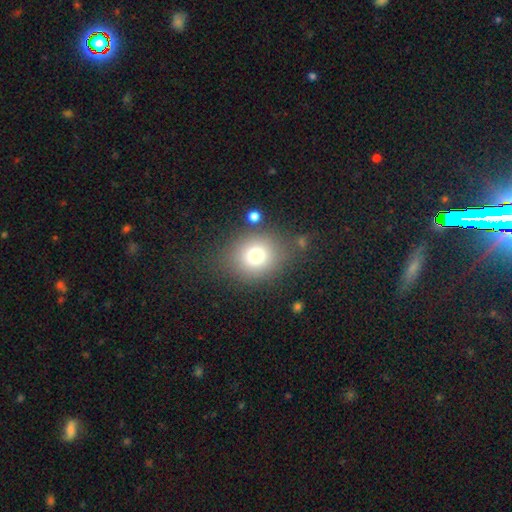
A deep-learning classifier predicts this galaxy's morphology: smooth_or_featured: smooth (p=0.74) [alt: star or artifact p=0.14]
how_rounded: round (p=0.76) [alt: in between p=0.23]
merging: none (p=0.75) [alt: minor disturbance p=0.13]